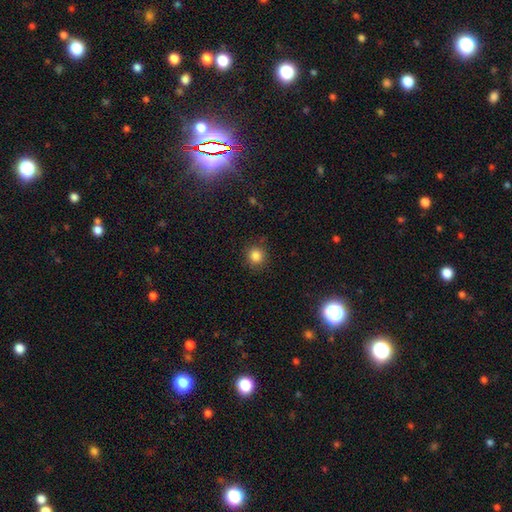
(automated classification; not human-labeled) smooth_or_featured: smooth (p=0.84) [alt: star or artifact p=0.12]
how_rounded: round (p=0.92) [alt: in between p=0.07]
merging: none (p=0.88) [alt: minor disturbance p=0.08]